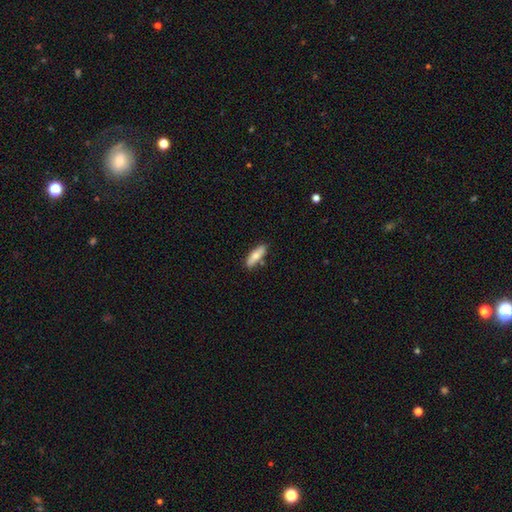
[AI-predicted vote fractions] smooth-or-featured: smooth: 73% | featured or disk: 21% | star or artifact: 6%
  how-rounded: in between: 57% | cigar-shaped: 40% | round: 2%
  merging: none: 78% | minor disturbance: 14% | merger: 5% | major disturbance: 2%